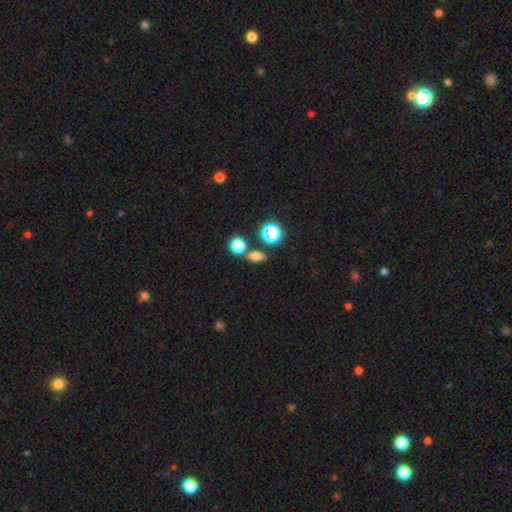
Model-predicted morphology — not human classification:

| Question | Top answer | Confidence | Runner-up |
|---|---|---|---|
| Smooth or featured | smooth | 65% | star or artifact (25%) |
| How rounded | in between | 64% | round (32%) |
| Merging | none | 71% | merger (15%) |